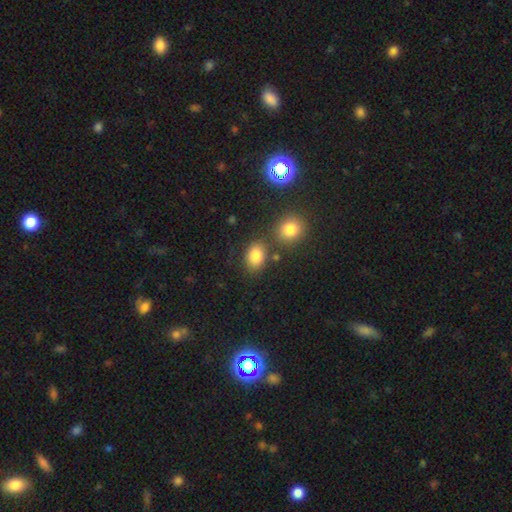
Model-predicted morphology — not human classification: The model was most divided on "how rounded": in between: 64%, round: 35%, cigar-shaped: 1%. More confident: smooth or featured — smooth (82%); merging — none (72%).